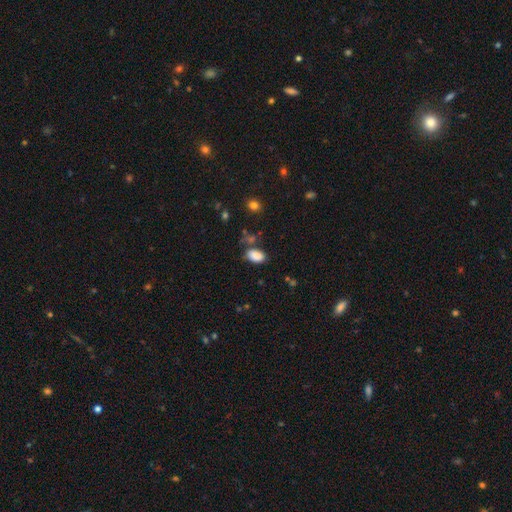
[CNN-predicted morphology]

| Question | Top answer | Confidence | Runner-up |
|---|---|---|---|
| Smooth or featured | smooth | 87% | star or artifact (9%) |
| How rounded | in between | 93% | round (5%) |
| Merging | none | 71% | minor disturbance (17%) |